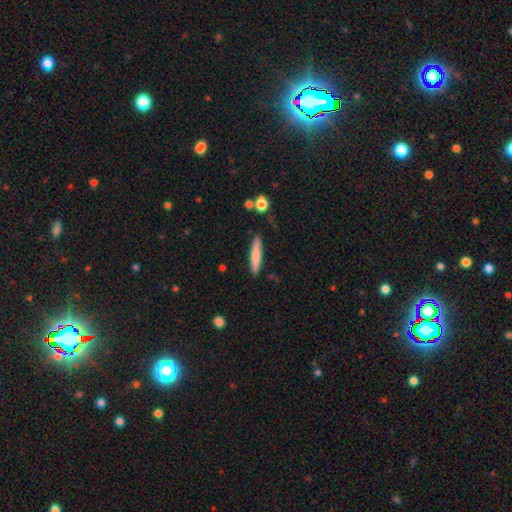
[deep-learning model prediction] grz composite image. It shows a smooth galaxy with no disk features (75%) that is cigar-shaped (90%). Merging: none (88%).